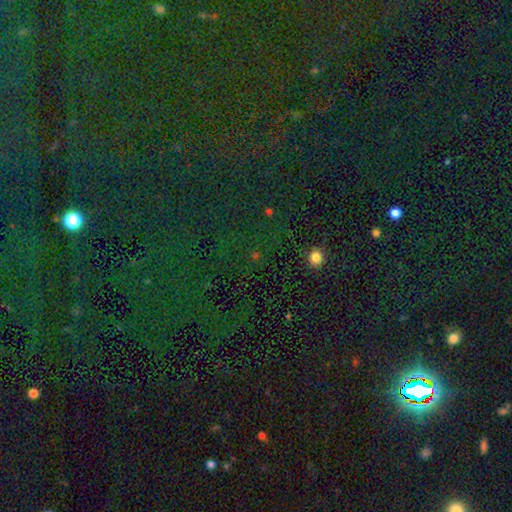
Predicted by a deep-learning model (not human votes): Overall: star or artifact (55%; smooth 38%).